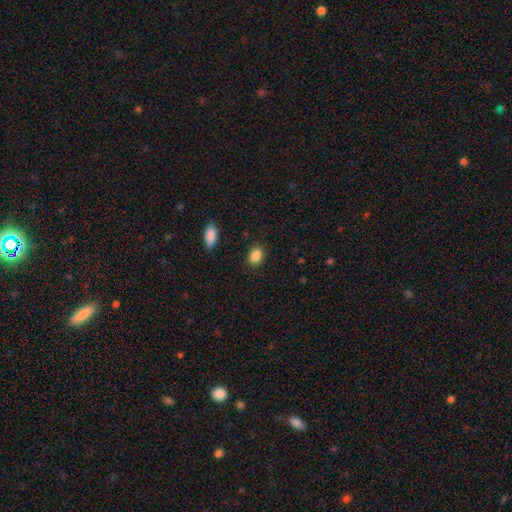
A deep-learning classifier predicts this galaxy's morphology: This is clearly a smooth galaxy (87%). How rounded: possibly in between (59%). Merging: clearly none (86%).